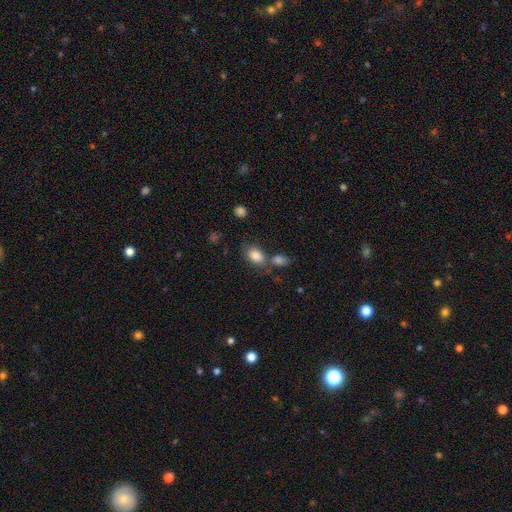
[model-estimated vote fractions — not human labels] Morphology: type=smooth (84%); roundness=in between (85%); merging=none (52%).